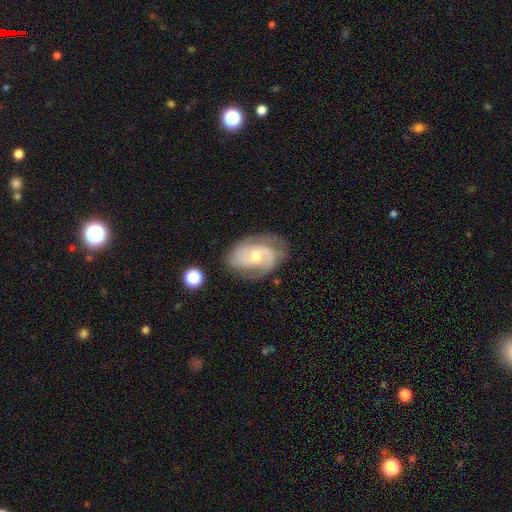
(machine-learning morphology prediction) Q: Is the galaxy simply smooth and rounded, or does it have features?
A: featured or disk — 80%.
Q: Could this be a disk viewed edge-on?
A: no — 96%.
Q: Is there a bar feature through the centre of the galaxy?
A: no — 54%.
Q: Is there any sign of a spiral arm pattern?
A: yes — 92%.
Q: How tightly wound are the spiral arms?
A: medium — 44%.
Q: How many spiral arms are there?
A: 2 — 63%.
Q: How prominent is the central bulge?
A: moderate — 62%.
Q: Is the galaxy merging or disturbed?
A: none — 66%.